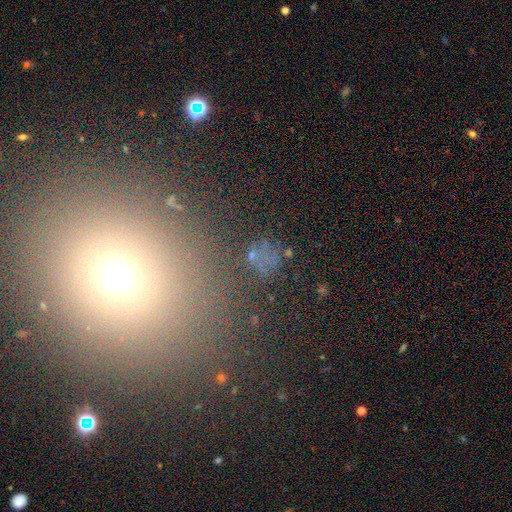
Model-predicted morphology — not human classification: type=star or artifact (49%).